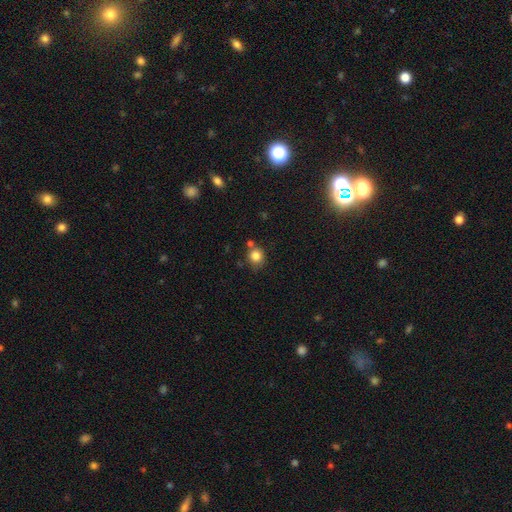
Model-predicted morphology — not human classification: Q: Smooth or featured?
A: smooth (83%); runner-up: star or artifact (11%)
Q: How rounded?
A: round (85%); runner-up: in between (14%)
Q: Merging?
A: none (67%); runner-up: minor disturbance (14%)